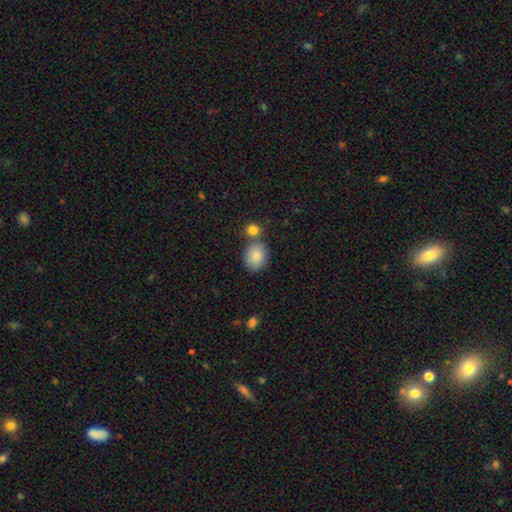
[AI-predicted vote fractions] Smooth or featured: smooth — 86% (star or artifact — 7%)
How rounded: round — 54% (in between — 45%)
Merging: none — 64% (merger — 20%)